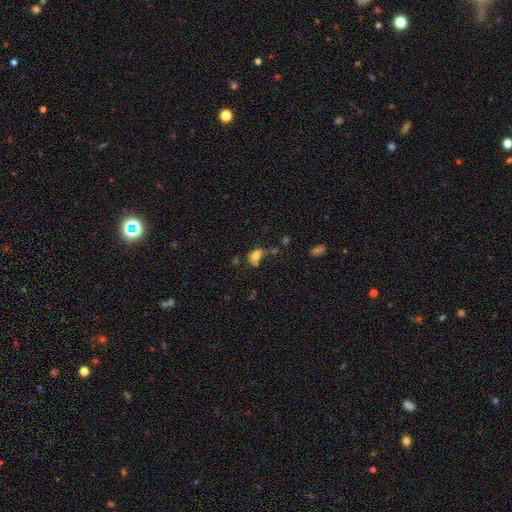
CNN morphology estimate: Smooth or featured? Predicted: smooth (p=0.75). How rounded? Predicted: in between (p=0.68). Merging? Predicted: none (p=0.38).